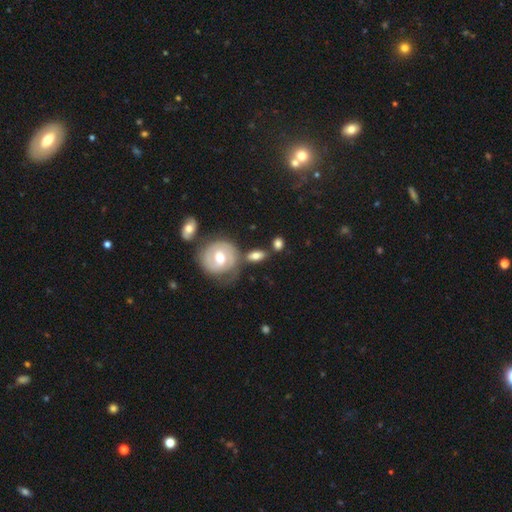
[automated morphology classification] type=smooth (58%); roundness=in between (68%); merging=none (59%).